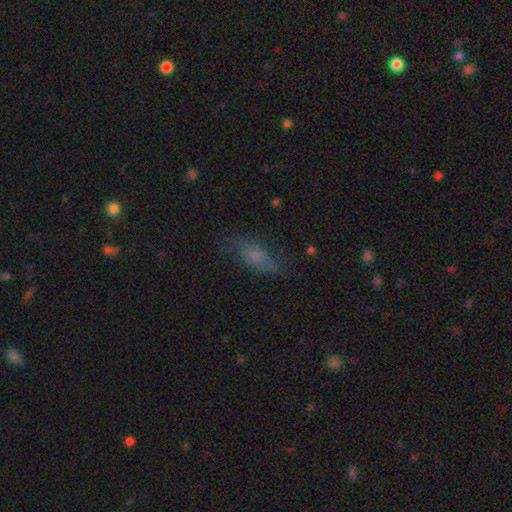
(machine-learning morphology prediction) smooth 54%, featured or disk 31%, star or artifact 15%. Down the decision tree: how rounded — in between (68%); merging — none (65%).